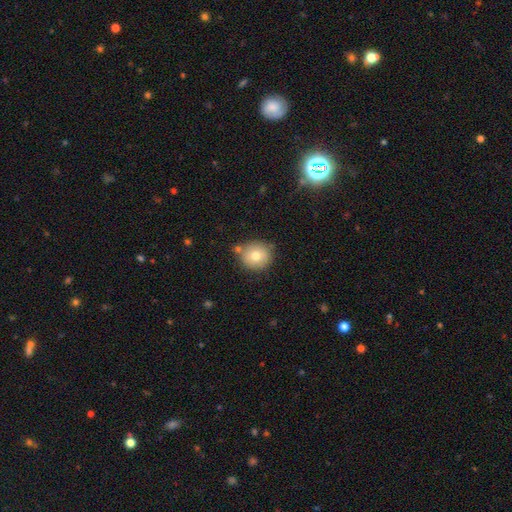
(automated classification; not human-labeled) This is likely a smooth galaxy (76%). How rounded: clearly round (89%). Merging: likely none (74%).